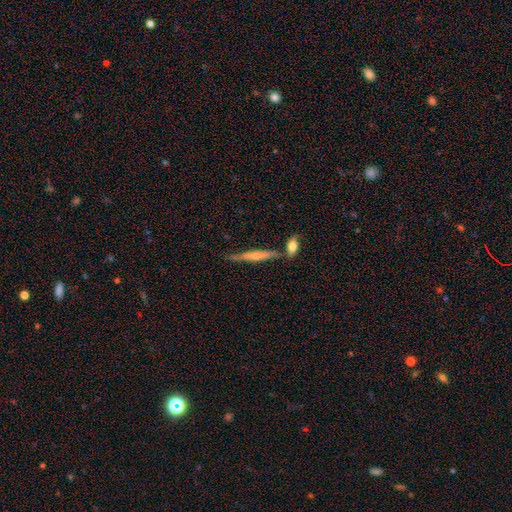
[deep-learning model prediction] featured or disk 47% (tied), smooth 47% (tied), star or artifact 6%. Down the decision tree: merging — none (66%).